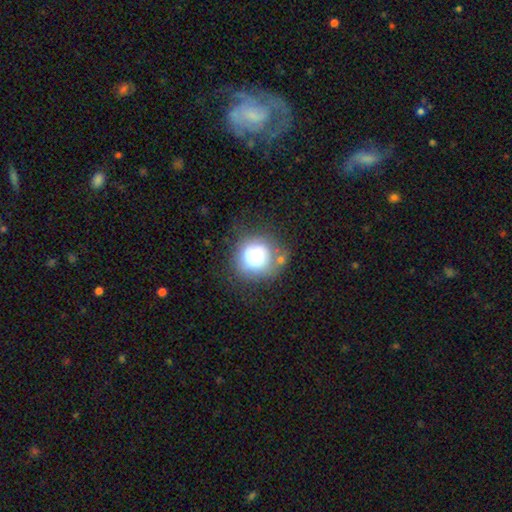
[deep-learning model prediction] A smooth galaxy with no disk features (73%) that is round (90%). Merging: none (62%).